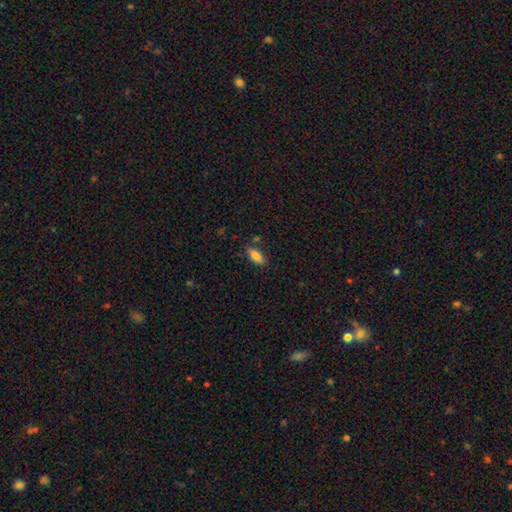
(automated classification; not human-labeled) A smooth galaxy with no disk features (83%) that is in between round and cigar-shaped (77%).

Vote fractions:
- Smooth or featured? smooth: 83% / featured or disk: 10% / star or artifact: 7%
- How rounded? in between: 77% / cigar-shaped: 20% / round: 2%
- Merging? none: 80% / minor disturbance: 13% / merger: 4% / major disturbance: 3%